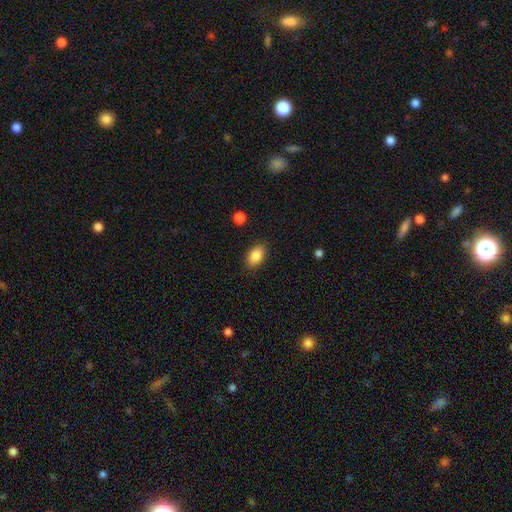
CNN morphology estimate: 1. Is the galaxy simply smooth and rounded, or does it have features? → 86% smooth, 8% star or artifact, 6% featured or disk.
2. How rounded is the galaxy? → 90% in between, 7% round, 2% cigar-shaped.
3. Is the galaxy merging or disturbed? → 87% none, 9% minor disturbance, 3% major disturbance, 1% merger.